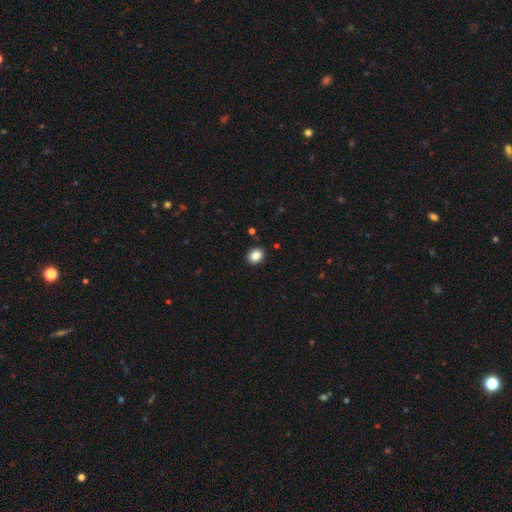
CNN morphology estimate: Q: Smooth or featured?
A: smooth (86%); runner-up: star or artifact (10%)
Q: How rounded?
A: round (61%); runner-up: in between (38%)
Q: Merging?
A: none (90%); runner-up: minor disturbance (7%)